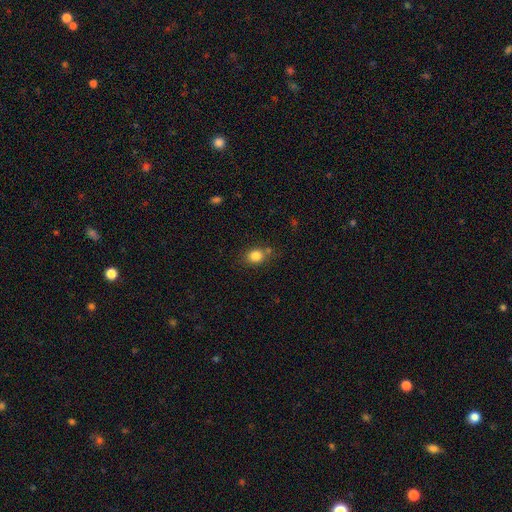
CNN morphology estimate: smooth 83%, star or artifact 10%, featured or disk 6%. Down the decision tree: how rounded — round (55%); merging — none (70%).